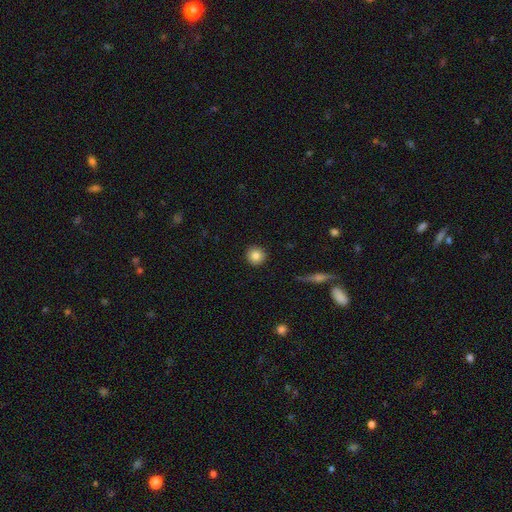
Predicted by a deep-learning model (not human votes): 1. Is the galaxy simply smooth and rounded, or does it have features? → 84% smooth, 9% star or artifact, 7% featured or disk.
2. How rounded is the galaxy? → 94% round, 5% in between, 1% cigar-shaped.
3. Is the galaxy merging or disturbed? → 92% none, 5% minor disturbance, 2% major disturbance, 1% merger.